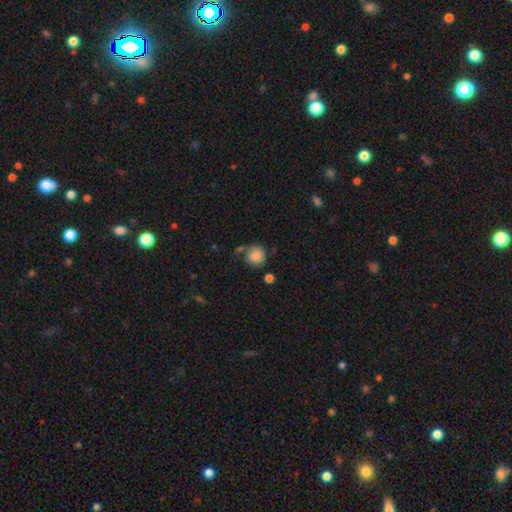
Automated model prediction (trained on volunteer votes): A smooth galaxy with no disk features (84%) that is round (87%).

Vote fractions:
- Smooth or featured? smooth: 84% / star or artifact: 9% / featured or disk: 7%
- How rounded? round: 87% / in between: 12% / cigar-shaped: 1%
- Merging? none: 64% / minor disturbance: 19% / merger: 11% / major disturbance: 7%